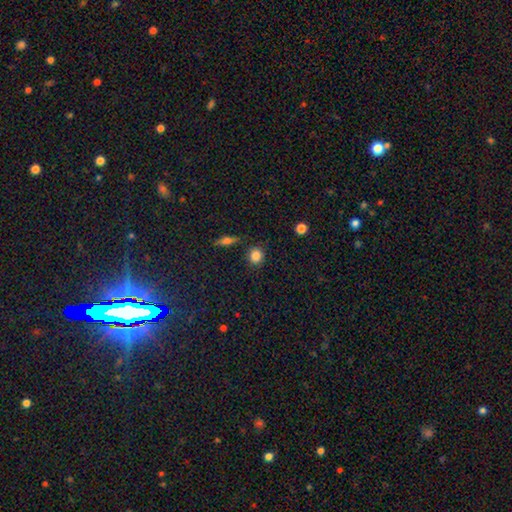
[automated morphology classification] Overall: smooth (85%). How rounded: round (83%). Merging: none (84%).